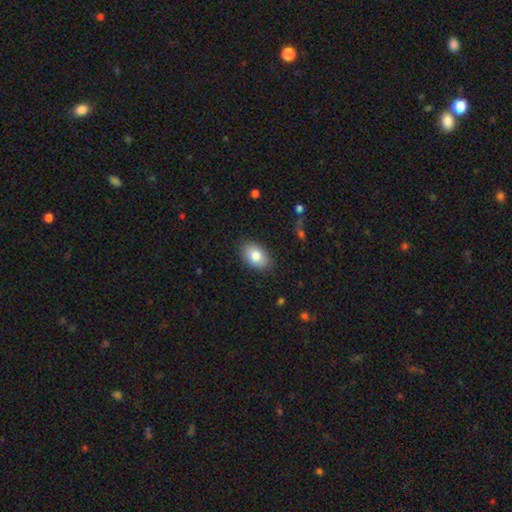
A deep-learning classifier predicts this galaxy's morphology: Smooth or featured? Predicted: smooth (p=0.82). How rounded? Predicted: in between (p=0.89). Merging? Predicted: none (p=0.87).